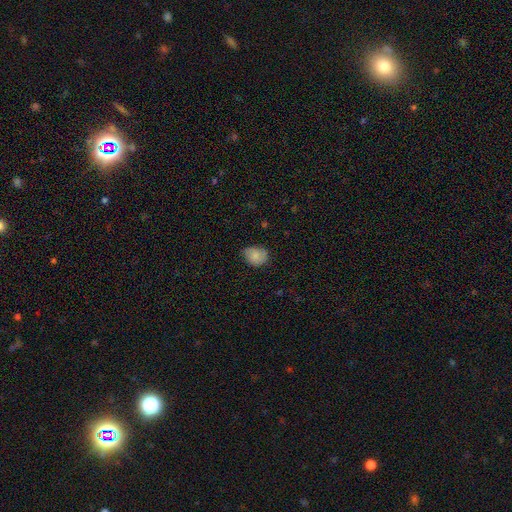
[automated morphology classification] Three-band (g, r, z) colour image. It shows a smooth galaxy with no disk features (81%) that is in between round and cigar-shaped (50%). Merging: none (64%).